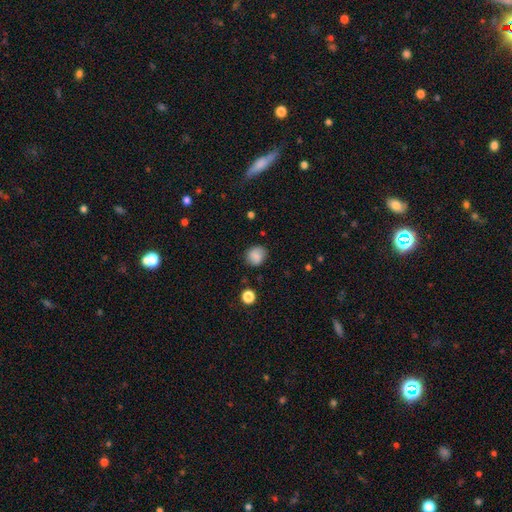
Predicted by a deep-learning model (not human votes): This is clearly a smooth galaxy (81%). How rounded: likely round (73%). Merging: likely none (79%).